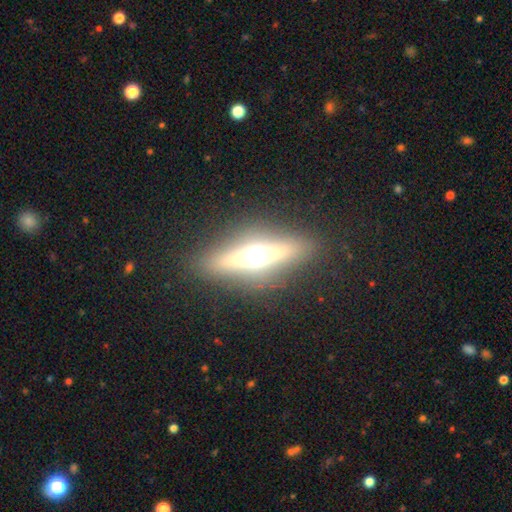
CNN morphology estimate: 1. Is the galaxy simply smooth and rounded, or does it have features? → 64% featured or disk, 23% smooth, 12% star or artifact.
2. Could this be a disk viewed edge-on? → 91% yes, 9% no.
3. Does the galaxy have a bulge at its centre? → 94% rounded, 4% boxy, 2% none.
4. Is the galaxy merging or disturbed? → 87% none, 8% minor disturbance, 4% major disturbance, 1% merger.